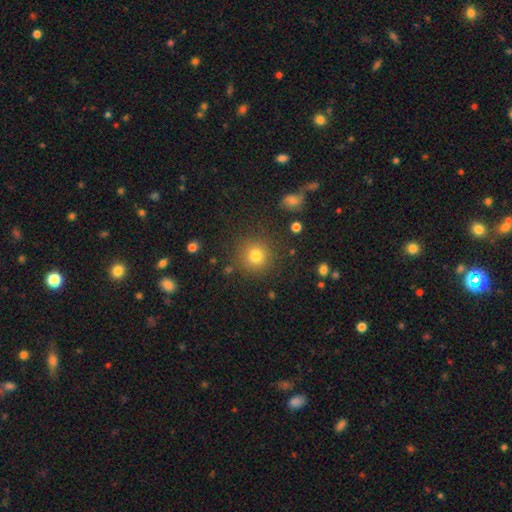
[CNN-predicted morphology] This appears to be a smooth galaxy with no disk features (78%) that is round (93%). Merging: none (87%).